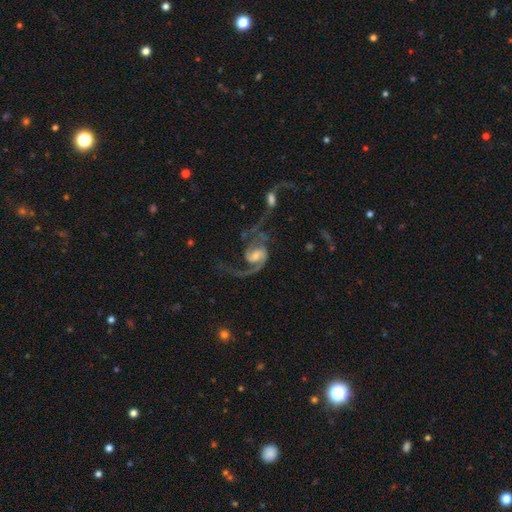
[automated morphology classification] A featured or disk galaxy (89%) with a weak bar (45%), 2 (74%) loose (45%) spiral arms (97%) and a moderate central bulge (47%).

Vote fractions:
- Smooth or featured? featured or disk: 89% / smooth: 6% / star or artifact: 6%
- Edge-on disk? no: 98% / yes: 2%
- Bar? weak: 45% / no: 40% / strong: 14%
- Spiral arms? yes: 97% / no: 3%
- Spiral winding? loose: 45% / medium: 42% / tight: 13%
- Spiral arm count? 2: 74% / 1: 17% / can't tell: 3% / 3: 3% / 4: 1% / more than 4: 1%
- Bulge size? moderate: 47% / small: 30% / large: 13% / none: 8% / dominant: 2%
- Merging? none: 36% / major disturbance: 33% / merger: 17% / minor disturbance: 14%